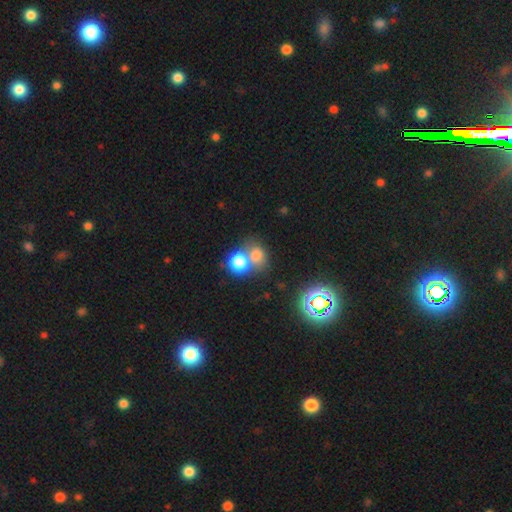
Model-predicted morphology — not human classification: smooth-or-featured: smooth: 71% | star or artifact: 16% | featured or disk: 12%
  how-rounded: round: 69% | in between: 30% | cigar-shaped: 1%
  merging: merger: 55% | none: 33% | minor disturbance: 7% | major disturbance: 5%